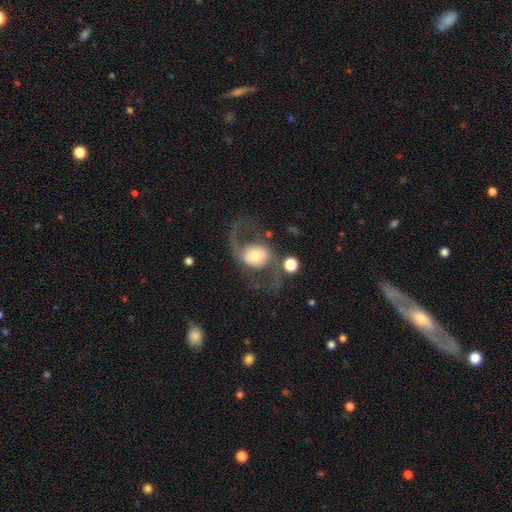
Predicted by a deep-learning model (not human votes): Smooth or featured? Predicted: featured or disk (p=0.74). Edge-on disk? Predicted: no (p=0.96). Bar? Predicted: no (p=0.58). Spiral arms? Predicted: yes (p=0.87). Spiral winding? Predicted: loose (p=0.64). Spiral arm count? Predicted: 2 (p=0.91). Bulge size? Predicted: moderate (p=0.52). Merging? Predicted: none (p=0.57).